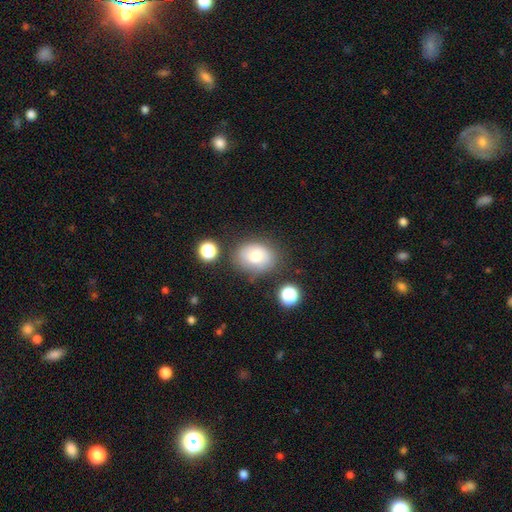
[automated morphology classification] The model was most divided on "how rounded": in between: 64%, round: 35%, cigar-shaped: 1%. More confident: smooth or featured — smooth (72%); merging — none (72%).